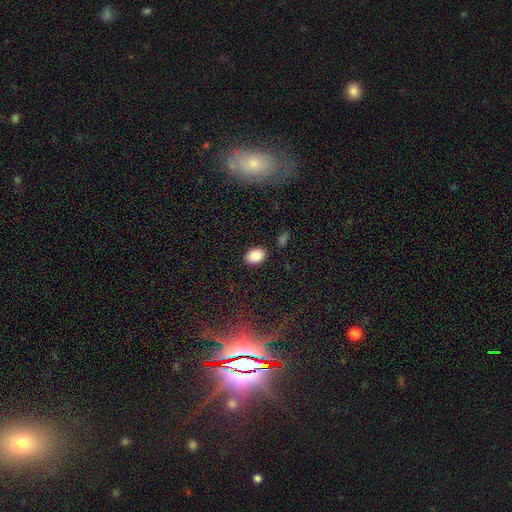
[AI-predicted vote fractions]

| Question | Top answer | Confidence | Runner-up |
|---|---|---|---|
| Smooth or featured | smooth | 87% | star or artifact (8%) |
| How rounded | in between | 79% | round (20%) |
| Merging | none | 87% | minor disturbance (9%) |